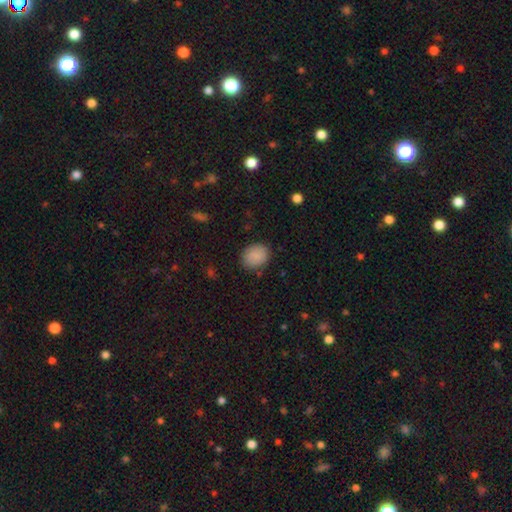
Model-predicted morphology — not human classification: smooth 88%, star or artifact 8%, featured or disk 4%. Down the decision tree: how rounded — round (54%); merging — none (85%).